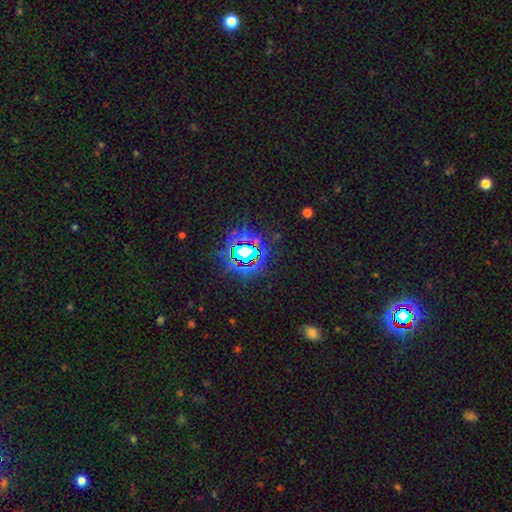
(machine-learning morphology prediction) star or artifact 82%, smooth 11%, featured or disk 8%.